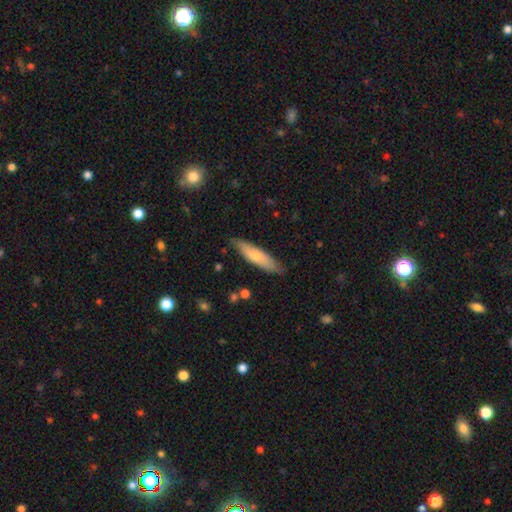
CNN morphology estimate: smooth_or_featured: smooth (p=0.61) [alt: featured or disk p=0.34]
how_rounded: cigar-shaped (p=0.74) [alt: in between p=0.25]
merging: none (p=0.83) [alt: minor disturbance p=0.14]